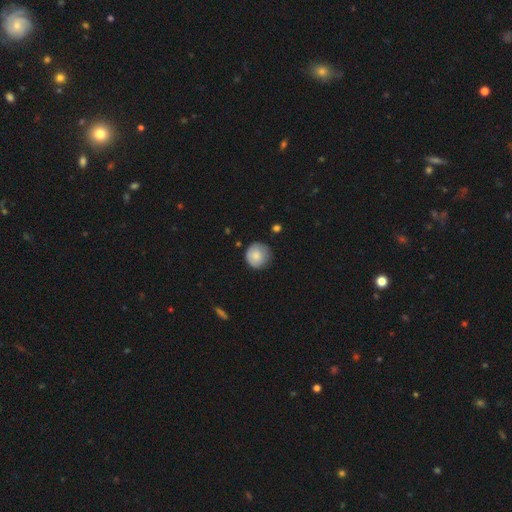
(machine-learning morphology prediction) A smooth galaxy with no disk features (81%) that is round (93%). Merging: none (77%).